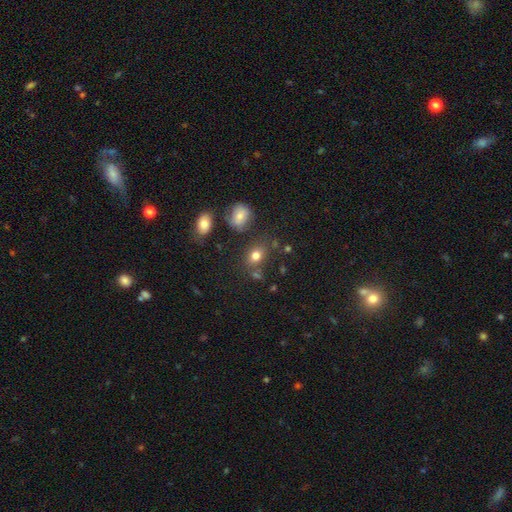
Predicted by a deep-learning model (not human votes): Smooth or featured: smooth — 78% (star or artifact — 13%)
How rounded: in between — 61% (round — 38%)
Merging: none — 72% (minor disturbance — 14%)